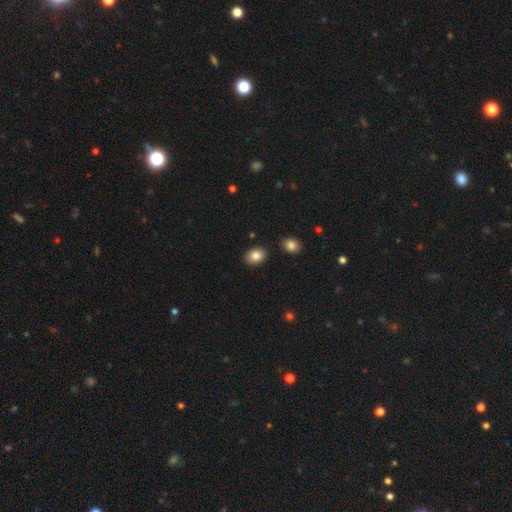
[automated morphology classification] This is clearly a smooth galaxy (86%). How rounded: likely in between (69%). Merging: clearly none (86%).